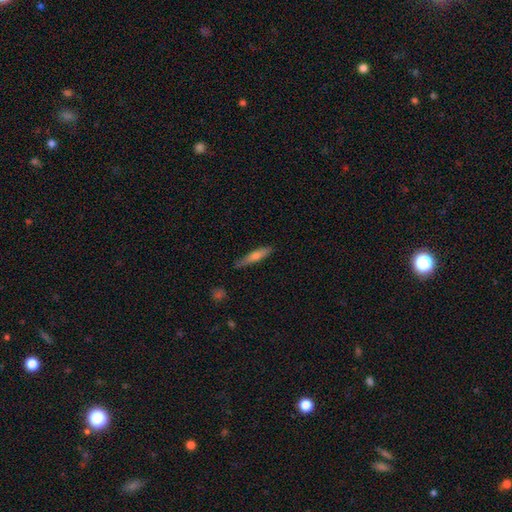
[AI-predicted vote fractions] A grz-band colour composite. It shows a smooth galaxy with no disk features (52%) that is cigar-shaped (87%). Merging: none (86%).